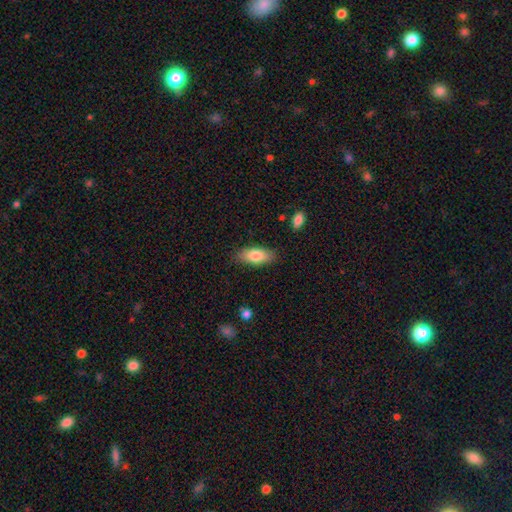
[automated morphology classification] Smooth or featured: smooth — 81% (featured or disk — 13%)
How rounded: in between — 83% (cigar-shaped — 15%)
Merging: none — 84% (minor disturbance — 12%)